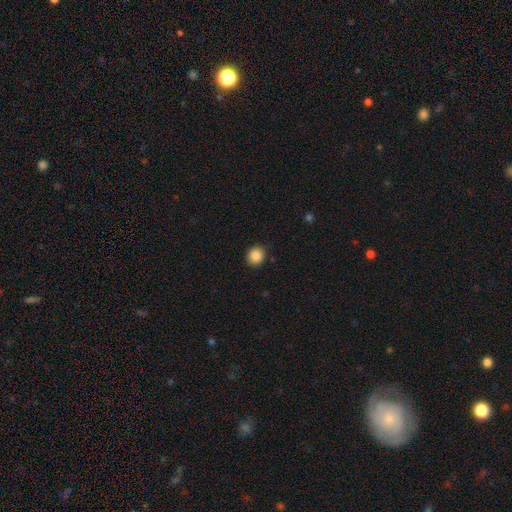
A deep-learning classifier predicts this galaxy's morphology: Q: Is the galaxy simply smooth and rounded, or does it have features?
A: smooth — 87%.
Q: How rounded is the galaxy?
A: round — 87%.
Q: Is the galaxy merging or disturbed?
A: none — 87%.